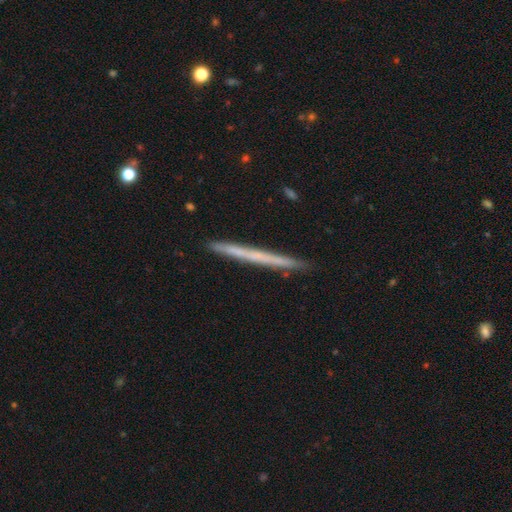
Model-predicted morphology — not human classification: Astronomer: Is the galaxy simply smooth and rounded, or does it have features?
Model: smooth — 48% (runner-up: featured or disk, 47%).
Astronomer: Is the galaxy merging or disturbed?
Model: none — 91%.